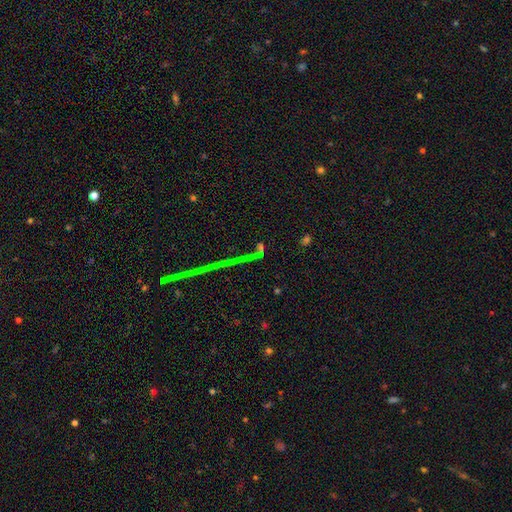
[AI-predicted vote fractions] star or artifact 68%, featured or disk 17%, smooth 15%.